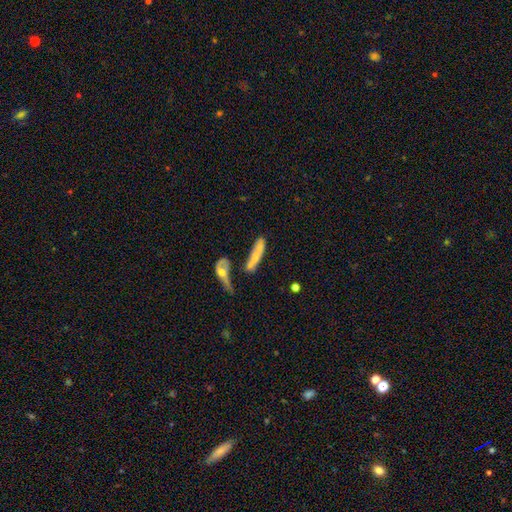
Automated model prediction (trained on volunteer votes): Smooth or featured? Predicted: smooth (p=0.64). How rounded? Predicted: cigar-shaped (p=0.72). Merging? Predicted: none (p=0.42).